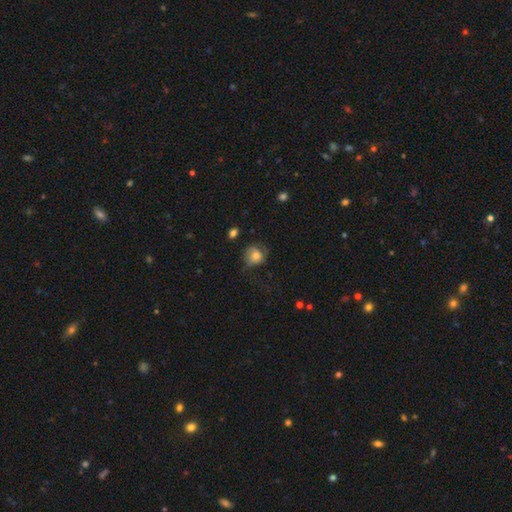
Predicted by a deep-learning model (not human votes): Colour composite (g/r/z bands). It shows a smooth galaxy with no disk features (65%) that is round (77%). Merging: none (53%).